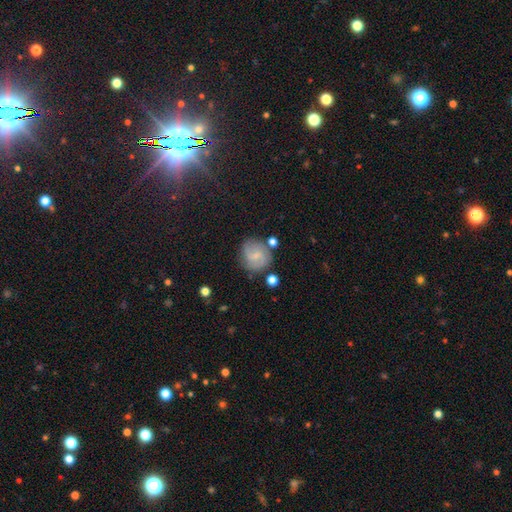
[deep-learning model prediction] smooth_or_featured: smooth (p=0.47) [alt: featured or disk p=0.43]
merging: none (p=0.68) [alt: minor disturbance p=0.18]